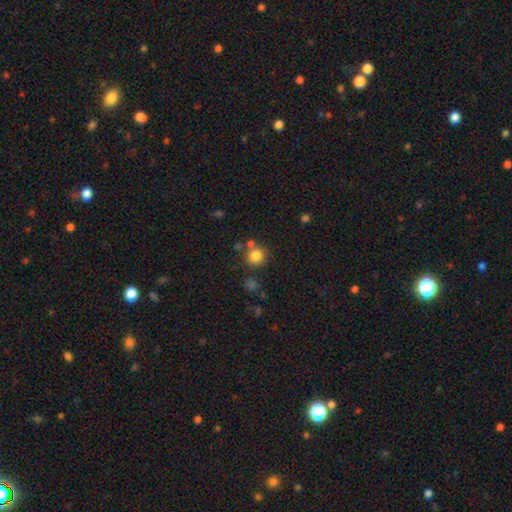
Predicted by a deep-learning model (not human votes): The model was most divided on "merging": none: 71%, merger: 14%, minor disturbance: 11%, major disturbance: 4%. More confident: how rounded — round (86%); smooth or featured — smooth (82%).